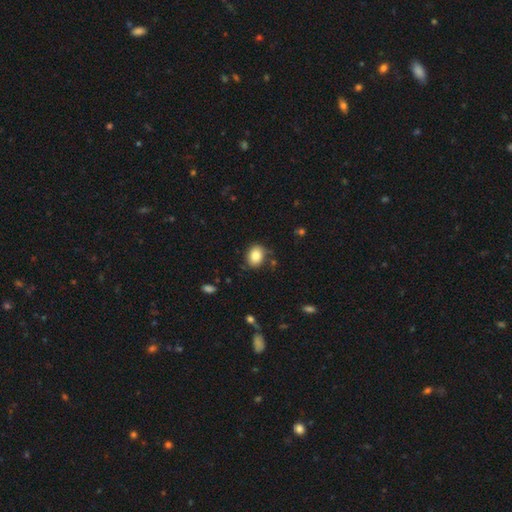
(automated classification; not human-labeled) This is clearly a smooth galaxy (85%). How rounded: likely in between (65%). Merging: likely none (75%).